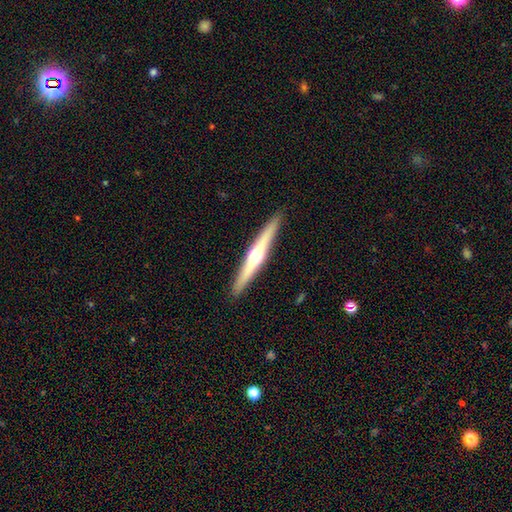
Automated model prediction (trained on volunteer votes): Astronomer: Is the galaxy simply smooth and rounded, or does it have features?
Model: featured or disk — 68%.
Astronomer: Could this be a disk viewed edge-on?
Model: yes — 98%.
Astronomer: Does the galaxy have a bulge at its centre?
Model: rounded — 89%.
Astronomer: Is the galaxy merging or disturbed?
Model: none — 92%.